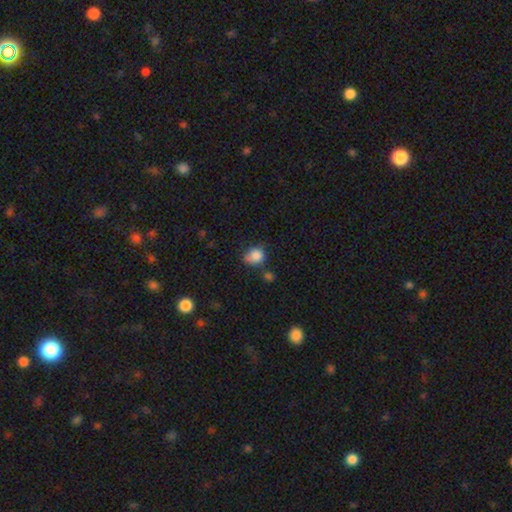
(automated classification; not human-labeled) Q: Smooth or featured?
A: smooth (84%); runner-up: star or artifact (10%)
Q: How rounded?
A: round (69%); runner-up: in between (30%)
Q: Merging?
A: none (50%); runner-up: minor disturbance (32%)